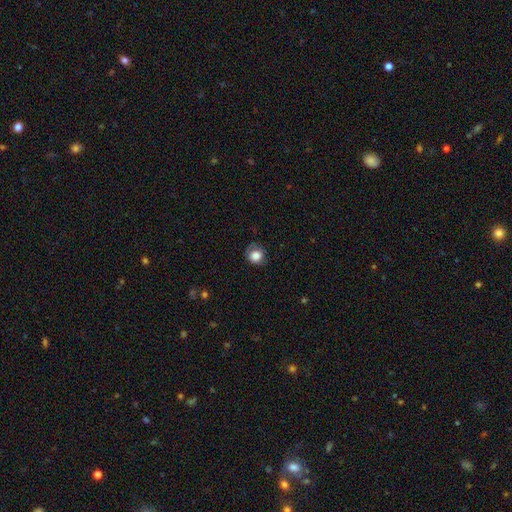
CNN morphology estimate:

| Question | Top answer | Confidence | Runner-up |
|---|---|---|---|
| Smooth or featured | smooth | 82% | star or artifact (9%) |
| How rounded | round | 81% | in between (18%) |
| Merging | none | 64% | minor disturbance (25%) |